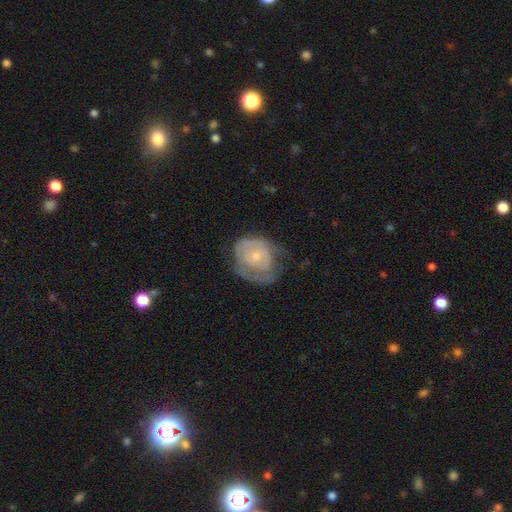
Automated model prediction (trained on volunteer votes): A featured or disk galaxy (63%) with no bar (82%), spiral arms (65%) and a small central bulge (64%). Merging: none (44%).